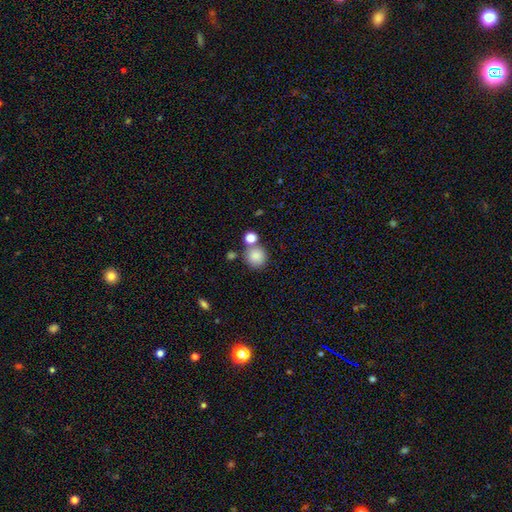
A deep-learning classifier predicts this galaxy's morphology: This appears to be a smooth galaxy with no disk features (85%) that is round (89%). Merging: none (65%).